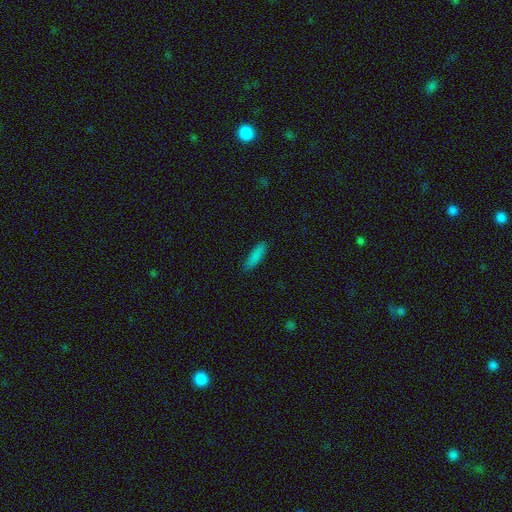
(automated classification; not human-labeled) Morphology: type=smooth (85%); roundness=cigar-shaped (64%); merging=none (86%).